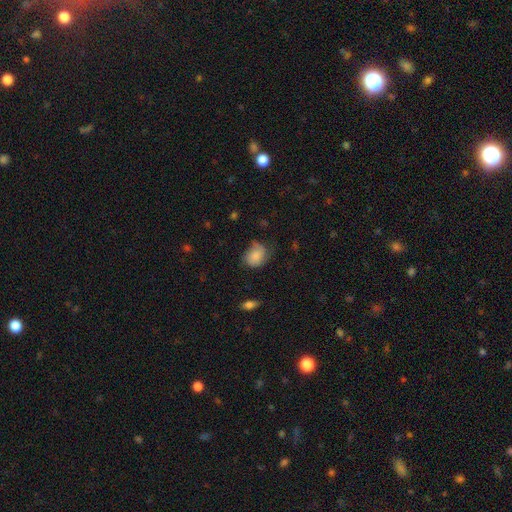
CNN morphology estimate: This is likely a smooth galaxy (73%). How rounded: possibly in between (55%). Merging: marginally none (43%).